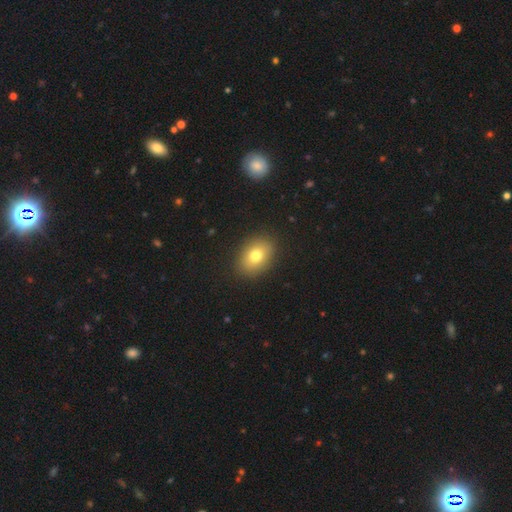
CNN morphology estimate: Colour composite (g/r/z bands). It shows a smooth galaxy with no disk features (76%) that is in between round and cigar-shaped (71%). Merging: none (88%).